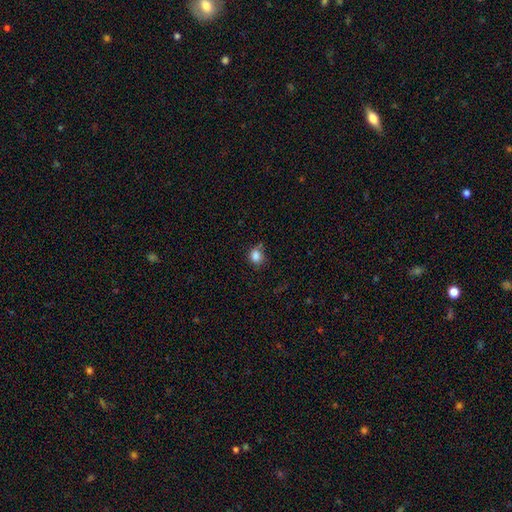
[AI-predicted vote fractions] smooth_or_featured: smooth (p=0.84) [alt: star or artifact p=0.11]
how_rounded: round (p=0.66) [alt: in between p=0.33]
merging: none (p=0.65) [alt: minor disturbance p=0.23]